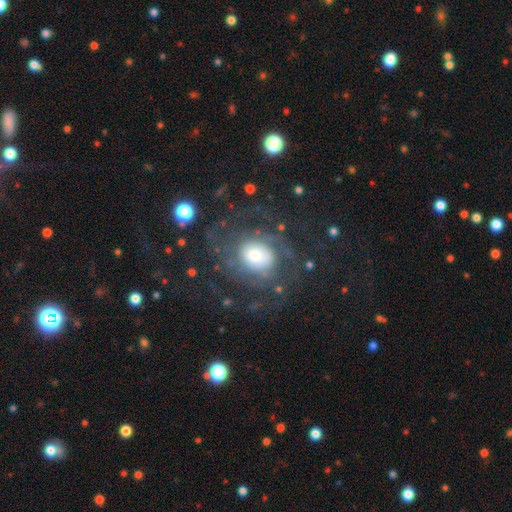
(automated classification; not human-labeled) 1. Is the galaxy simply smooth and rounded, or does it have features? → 68% featured or disk, 22% smooth, 10% star or artifact.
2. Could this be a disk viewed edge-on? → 97% no, 3% yes.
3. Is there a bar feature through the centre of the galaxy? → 79% no, 17% weak, 4% strong.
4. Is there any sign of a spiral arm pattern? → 79% yes, 21% no.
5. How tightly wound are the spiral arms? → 48% tight, 34% medium, 18% loose.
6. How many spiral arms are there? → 42% can't tell, 22% 2, 13% 3, 8% 1, 8% 4, 7% more than 4.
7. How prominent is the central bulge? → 44% moderate, 32% large, 17% small, 5% dominant, 2% none.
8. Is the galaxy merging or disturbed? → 66% none, 18% major disturbance, 14% minor disturbance, 2% merger.